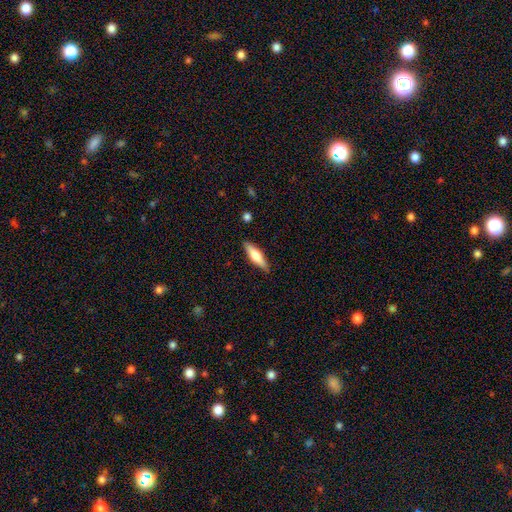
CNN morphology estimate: smooth_or_featured: smooth (p=0.59) [alt: featured or disk p=0.35]
how_rounded: cigar-shaped (p=0.60) [alt: in between p=0.38]
merging: none (p=0.87) [alt: minor disturbance p=0.10]